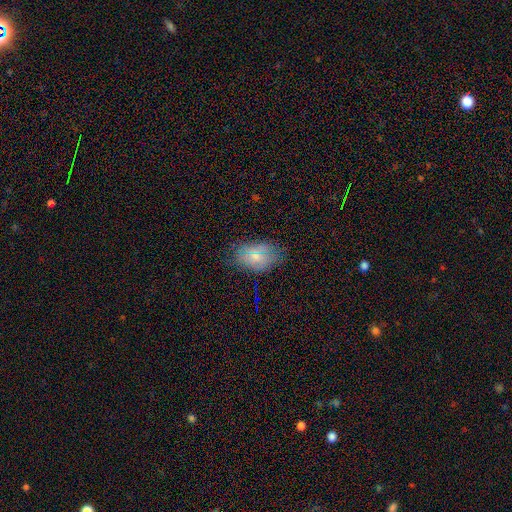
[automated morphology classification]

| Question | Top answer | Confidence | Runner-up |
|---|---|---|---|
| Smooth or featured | smooth | 72% | featured or disk (17%) |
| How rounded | in between | 89% | round (10%) |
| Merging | none | 71% | minor disturbance (22%) |